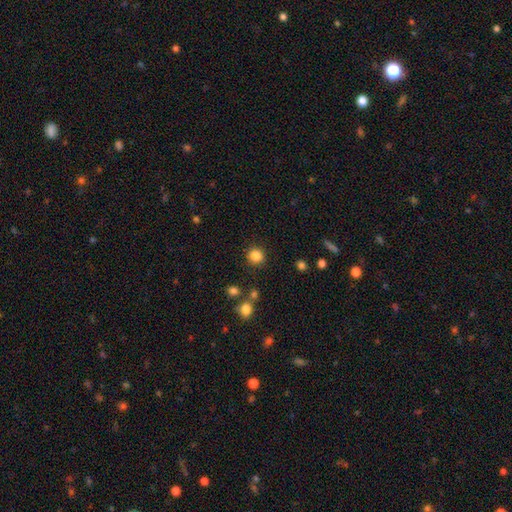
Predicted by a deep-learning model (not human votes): Smooth or featured? smooth (85%)
How rounded? round (88%)
Merging? none (88%)